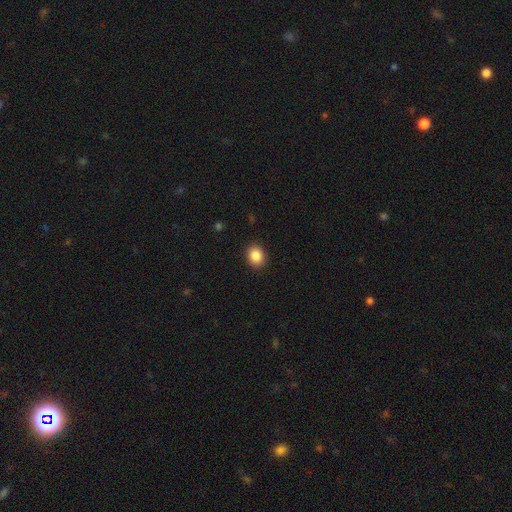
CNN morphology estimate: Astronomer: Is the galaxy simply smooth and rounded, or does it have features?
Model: smooth — 87%.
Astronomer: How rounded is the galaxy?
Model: round — 58% (runner-up: in between, 41%).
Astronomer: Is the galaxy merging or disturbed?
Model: none — 90%.